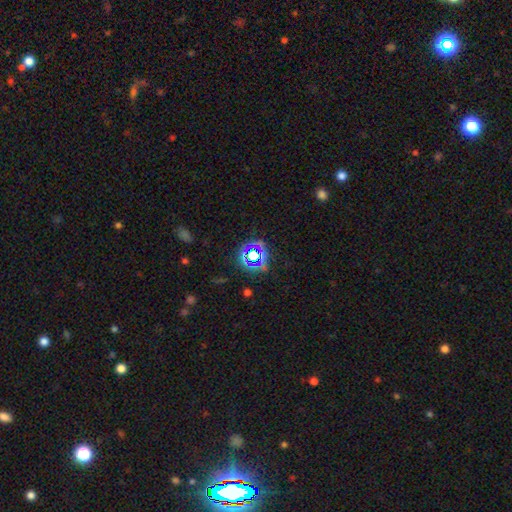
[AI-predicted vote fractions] The model was most divided on "smooth or featured": star or artifact: 66%, smooth: 22%, featured or disk: 12%.